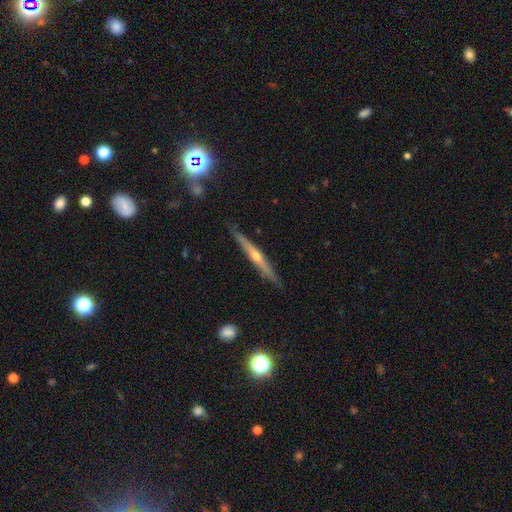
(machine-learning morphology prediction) Q: Smooth or featured?
A: featured or disk (74%); runner-up: smooth (19%)
Q: Edge-on disk?
A: yes (97%); runner-up: no (3%)
Q: Edge-on bulge?
A: rounded (84%); runner-up: none (13%)
Q: Merging?
A: none (88%); runner-up: minor disturbance (9%)